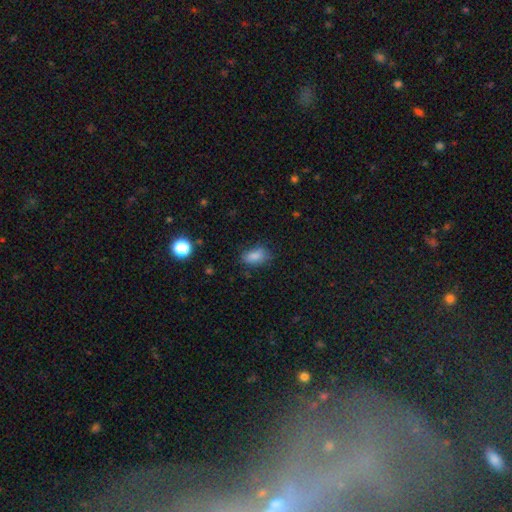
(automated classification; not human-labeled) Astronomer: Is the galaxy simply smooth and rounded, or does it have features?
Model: smooth — 84%.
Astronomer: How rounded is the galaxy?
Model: in between — 87%.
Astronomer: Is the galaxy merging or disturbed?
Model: none — 73%.